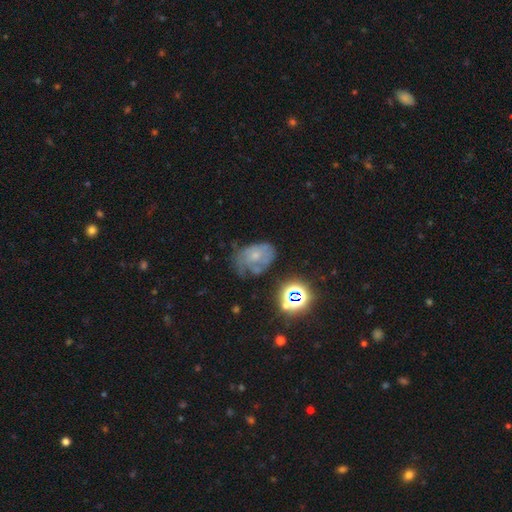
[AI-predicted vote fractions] featured or disk 49%, smooth 32%, star or artifact 19%. Down the decision tree: merging — none (40%).